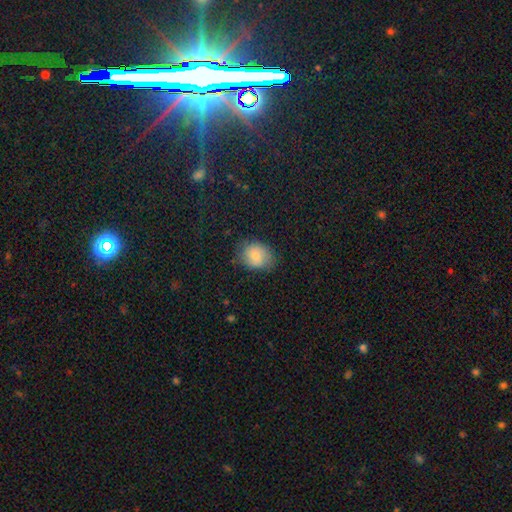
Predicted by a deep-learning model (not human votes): Overall: smooth (79%). How rounded: round (51%; in between 48%). Merging: none (73%).